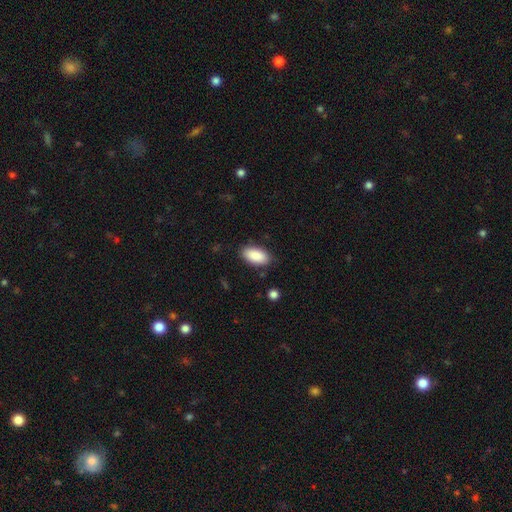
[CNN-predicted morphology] Smooth or featured? smooth (90%)
How rounded? in between (93%)
Merging? none (85%)